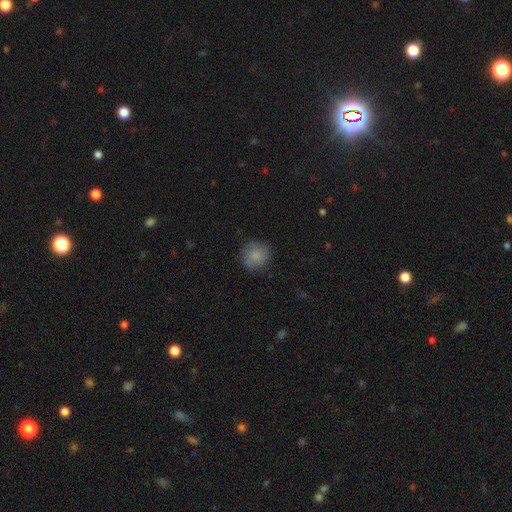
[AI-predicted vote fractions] smooth-or-featured: smooth: 84% | star or artifact: 8% | featured or disk: 8%
  how-rounded: round: 90% | in between: 9% | cigar-shaped: 1%
  merging: none: 80% | minor disturbance: 15% | major disturbance: 4% | merger: 1%